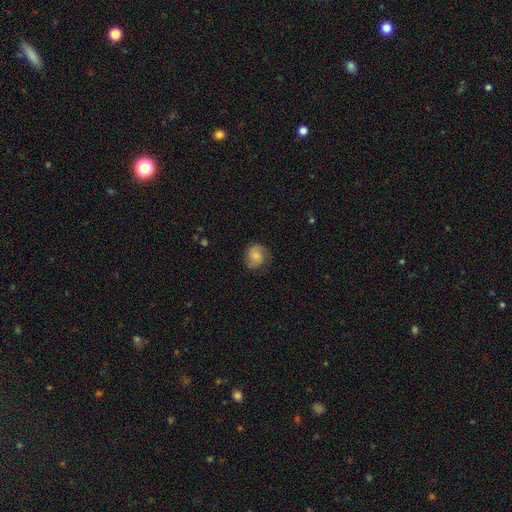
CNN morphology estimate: type=smooth (65%); roundness=round (76%); merging=none (73%).